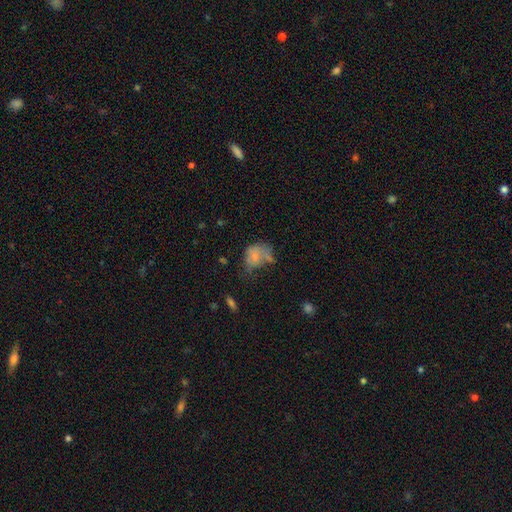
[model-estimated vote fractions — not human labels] Smooth or featured? smooth (65%)
How rounded? in between (62%)
Merging? none (29%, tied with minor disturbance)